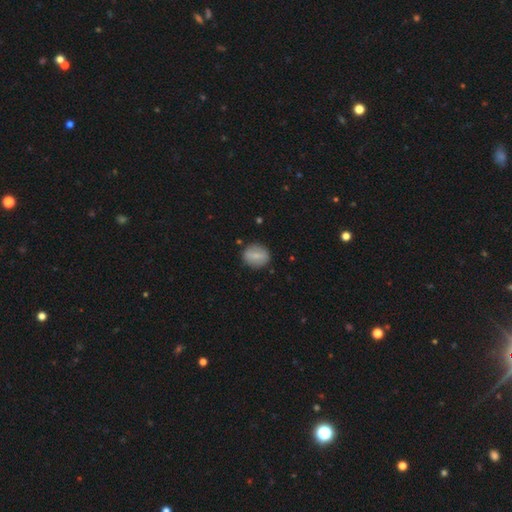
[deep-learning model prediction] Morphology: type=smooth (69%); roundness=round (61%); merging=none (85%).